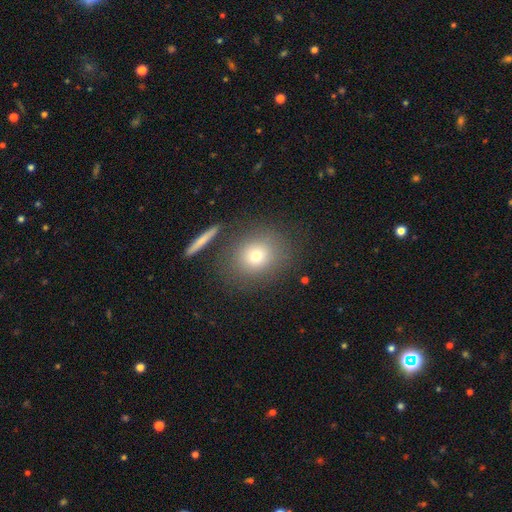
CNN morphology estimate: smooth-or-featured: smooth: 72% | featured or disk: 14% | star or artifact: 14%
  how-rounded: round: 75% | in between: 23% | cigar-shaped: 1%
  merging: none: 79% | minor disturbance: 10% | merger: 6% | major disturbance: 5%